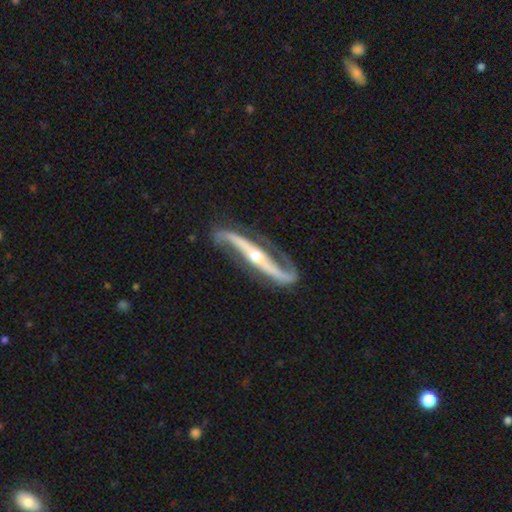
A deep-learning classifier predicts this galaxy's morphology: smooth-or-featured: featured or disk: 93% | smooth: 4% | star or artifact: 4%
  disk-edge-on: no: 74% | yes: 26%
    bar: strong: 59% | no: 26% | weak: 15%
    has-spiral-arms: yes: 97% | no: 3%
      spiral-winding: loose: 64% | medium: 25% | tight: 11%
      spiral-arm-count: 2: 94% | 1: 2% | can't tell: 2% | 3: 1% | 4: 1% | more than 4: 1%
    bulge-size: moderate: 53% | small: 42% | large: 3% | none: 1% | dominant: 1%
  merging: none: 76% | minor disturbance: 15% | major disturbance: 7% | merger: 2%